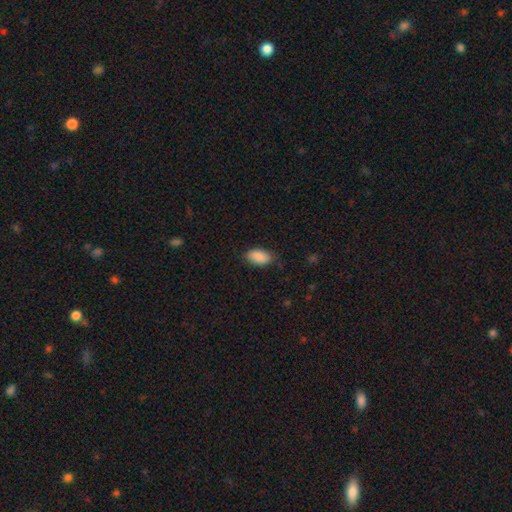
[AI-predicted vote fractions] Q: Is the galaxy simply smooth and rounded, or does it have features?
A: smooth — 89%.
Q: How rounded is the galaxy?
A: in between — 93%.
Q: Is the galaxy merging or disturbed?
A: none — 82%.